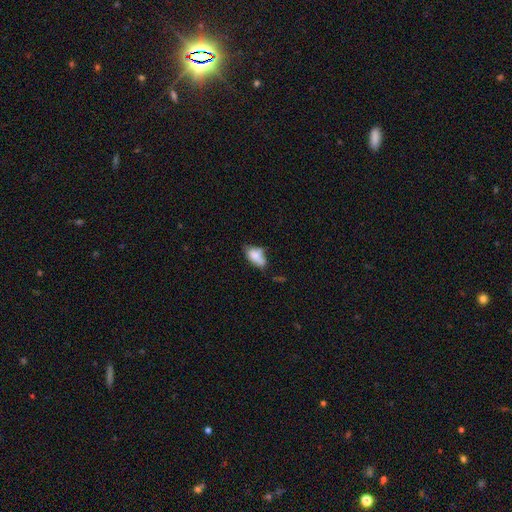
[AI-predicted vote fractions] Smooth or featured? Predicted: smooth (p=0.73). How rounded? Predicted: in between (p=0.88). Merging? Predicted: none (p=0.38).